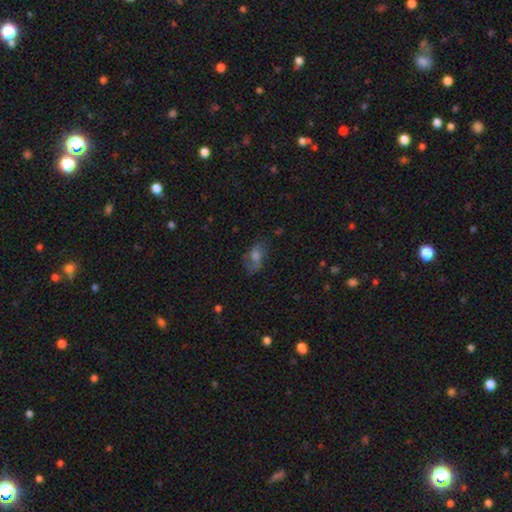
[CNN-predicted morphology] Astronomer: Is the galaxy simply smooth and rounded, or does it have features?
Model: smooth — 43% (runner-up: featured or disk, 37%).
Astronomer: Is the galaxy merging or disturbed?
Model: none — 62%.